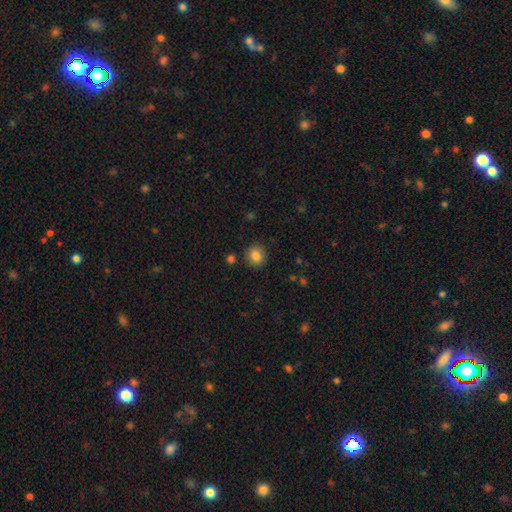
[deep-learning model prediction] smooth 84%, star or artifact 10%, featured or disk 6%. Down the decision tree: how rounded — round (86%); merging — none (88%).